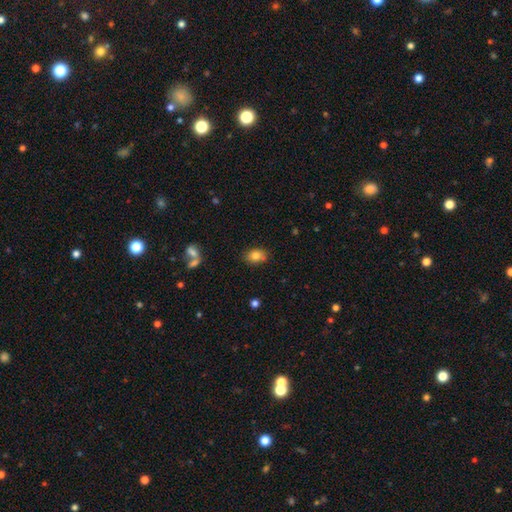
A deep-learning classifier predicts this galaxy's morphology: Smooth or featured? smooth (81%)
How rounded? in between (77%)
Merging? none (82%)